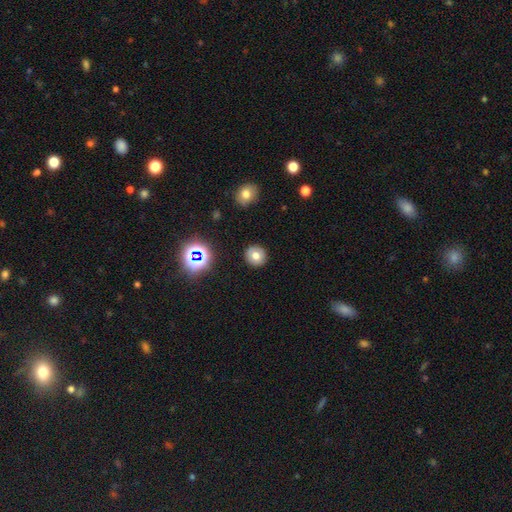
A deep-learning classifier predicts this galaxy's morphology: Smooth or featured? smooth (72%)
How rounded? round (91%)
Merging? none (90%)